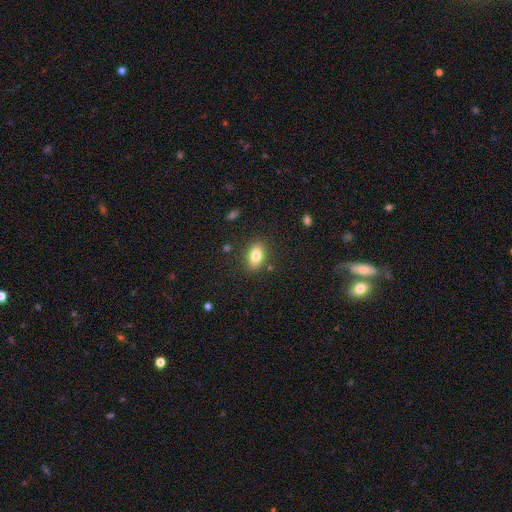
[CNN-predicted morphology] This appears to be a smooth galaxy with no disk features (80%) that is in between round and cigar-shaped (84%). Merging: none (85%).